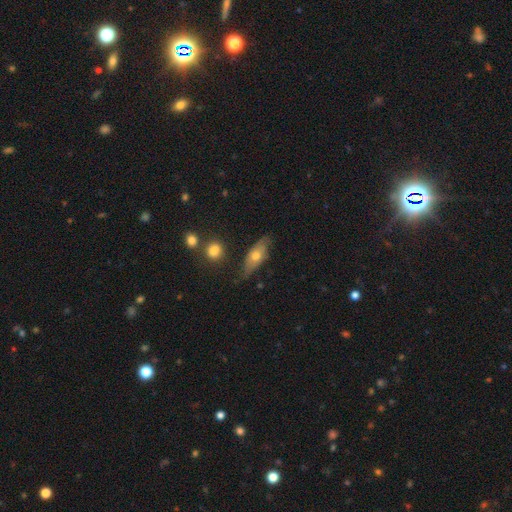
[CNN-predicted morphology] type=smooth (52%); roundness=in between (71%); merging=none (65%).